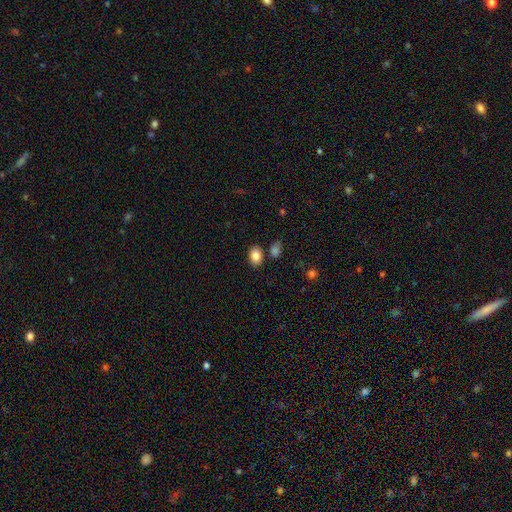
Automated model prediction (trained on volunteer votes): smooth 85%, star or artifact 9%, featured or disk 6%. Down the decision tree: how rounded — in between (74%); merging — none (81%).